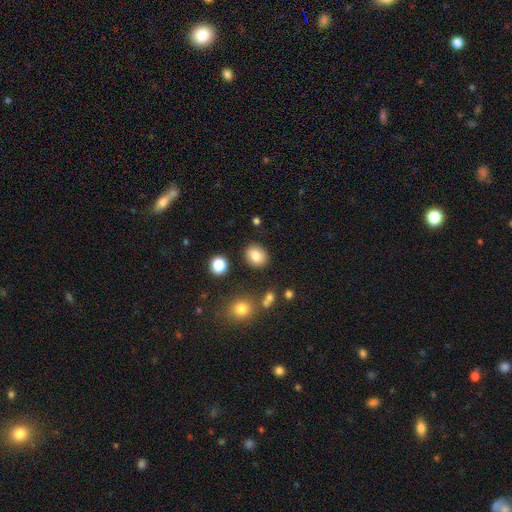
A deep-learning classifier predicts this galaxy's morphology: smooth-or-featured: smooth: 84% | star or artifact: 10% | featured or disk: 6%
  how-rounded: round: 57% | in between: 42% | cigar-shaped: 1%
  merging: none: 85% | minor disturbance: 9% | merger: 3% | major disturbance: 3%